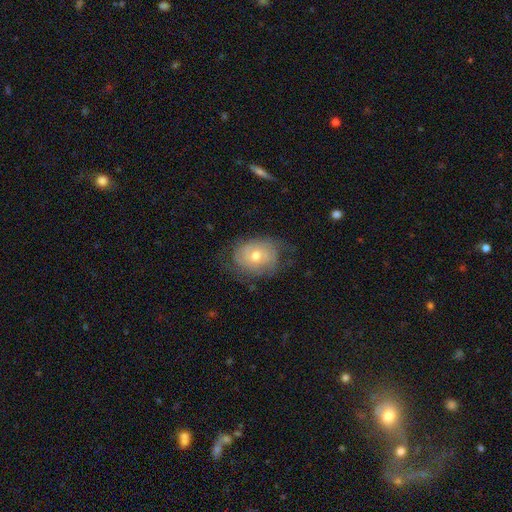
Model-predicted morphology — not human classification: type=featured or disk (72%); edge-on=no (96%); bar=no (72%); spiral arms=yes (87%); winding=tight (64%); arm count=can't tell (43%); bulge=moderate (65%); merging=none (66%).